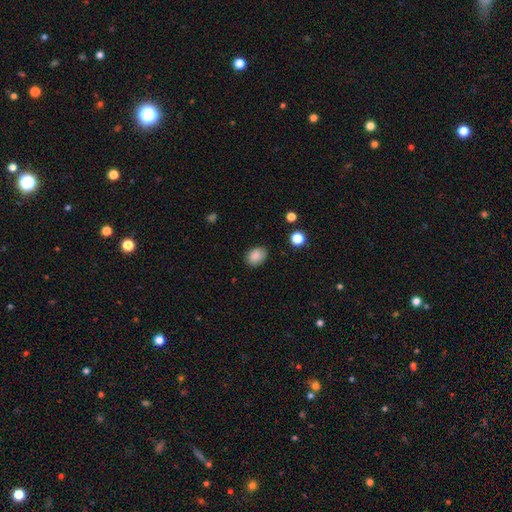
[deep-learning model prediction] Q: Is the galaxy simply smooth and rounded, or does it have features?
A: smooth — 86%.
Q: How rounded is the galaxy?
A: in between — 60%.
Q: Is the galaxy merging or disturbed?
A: none — 83%.